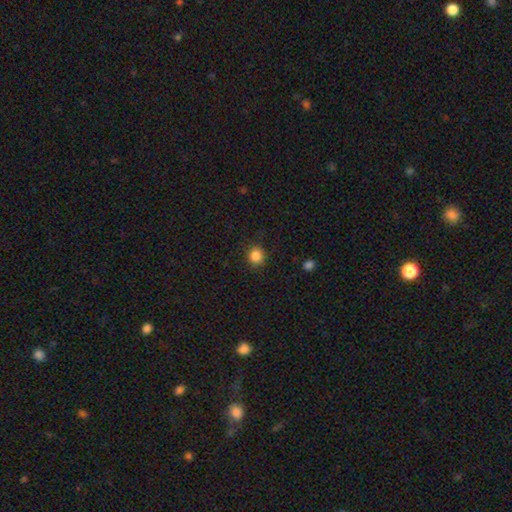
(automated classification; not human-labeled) smooth-or-featured: smooth: 86% | star or artifact: 11% | featured or disk: 3%
  how-rounded: round: 91% | in between: 8% | cigar-shaped: 1%
  merging: none: 89% | minor disturbance: 8% | major disturbance: 2% | merger: 1%